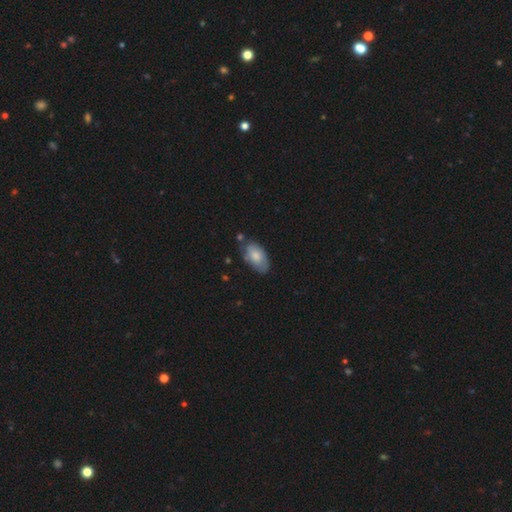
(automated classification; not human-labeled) smooth-or-featured: smooth: 71% | featured or disk: 23% | star or artifact: 6%
  how-rounded: in between: 93% | round: 4% | cigar-shaped: 3%
  merging: none: 65% | minor disturbance: 25% | major disturbance: 5% | merger: 5%